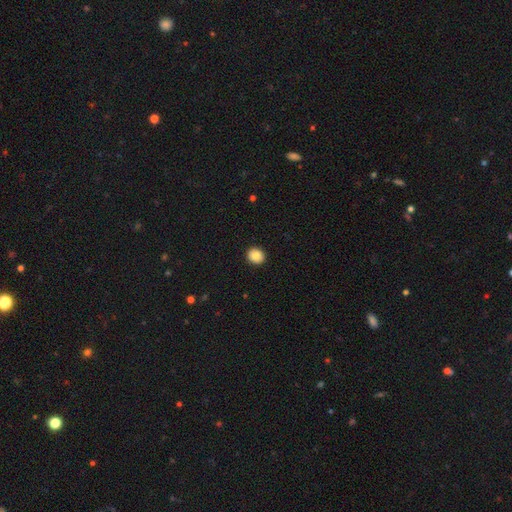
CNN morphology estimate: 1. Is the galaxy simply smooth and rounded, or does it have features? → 85% smooth, 9% star or artifact, 6% featured or disk.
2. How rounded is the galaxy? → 83% round, 16% in between, 1% cigar-shaped.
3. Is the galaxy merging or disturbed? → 93% none, 5% minor disturbance, 2% major disturbance, 1% merger.